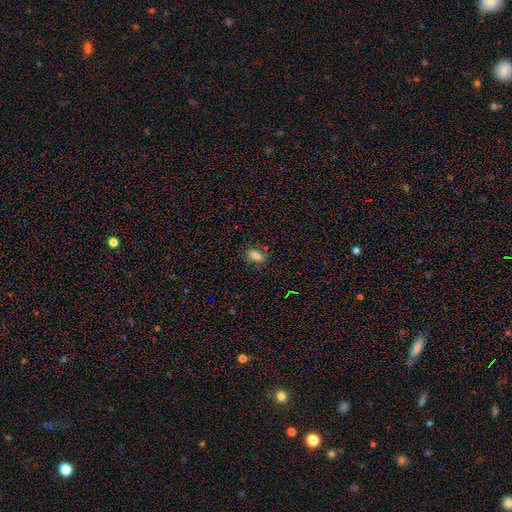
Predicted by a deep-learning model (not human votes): Smooth or featured?
  - smooth: 79% *
  - featured or disk: 11%
  - star or artifact: 10%
How rounded?
  - in between: 88% *
  - round: 7%
  - cigar-shaped: 6%
Merging?
  - none: 81% *
  - minor disturbance: 13%
  - major disturbance: 3%
  - merger: 2%